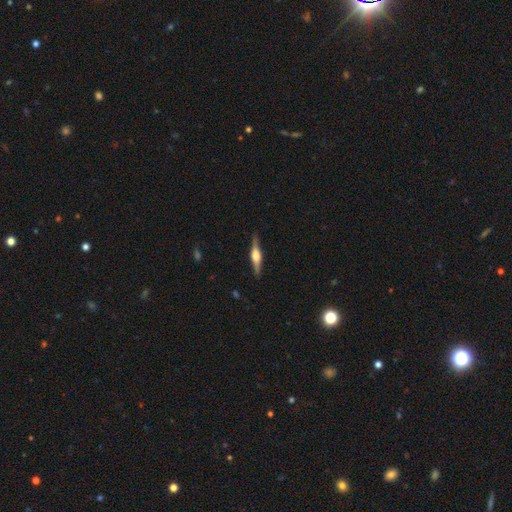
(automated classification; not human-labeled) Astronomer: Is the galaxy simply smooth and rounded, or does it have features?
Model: featured or disk — 74%.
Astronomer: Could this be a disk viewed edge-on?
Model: yes — 97%.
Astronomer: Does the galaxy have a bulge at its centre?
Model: rounded — 84%.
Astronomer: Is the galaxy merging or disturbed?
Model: none — 88%.